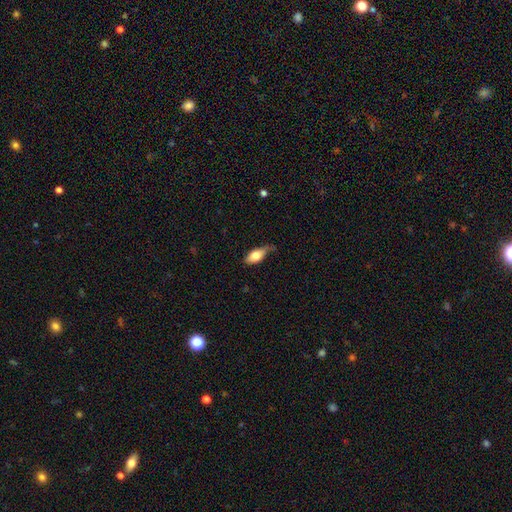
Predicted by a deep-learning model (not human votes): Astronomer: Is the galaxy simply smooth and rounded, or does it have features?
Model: smooth — 73%.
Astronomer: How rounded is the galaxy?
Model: in between — 85%.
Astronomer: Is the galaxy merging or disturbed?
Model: none — 45% (runner-up: minor disturbance, 40%).